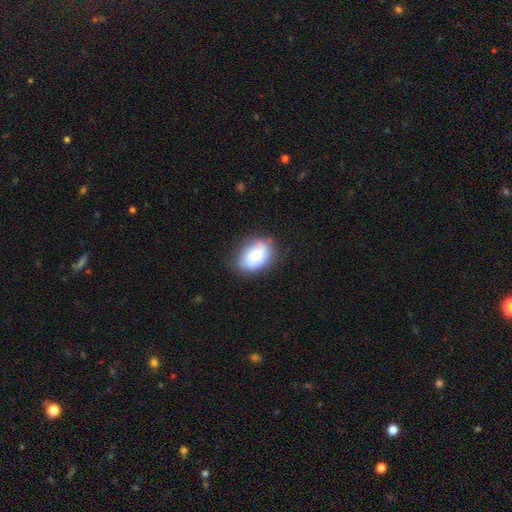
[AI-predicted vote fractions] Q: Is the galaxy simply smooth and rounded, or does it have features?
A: smooth — 77%.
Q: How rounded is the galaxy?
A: in between — 79%.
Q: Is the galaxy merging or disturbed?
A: none — 72%.